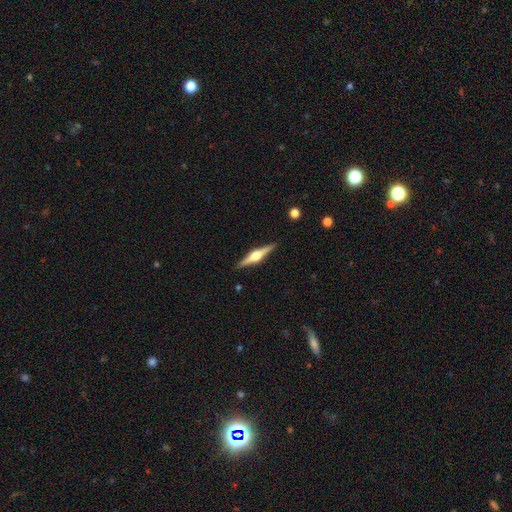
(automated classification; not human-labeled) A featured or disk galaxy (79%) viewed edge-on (98%) with a rounded central bulge (94%).

Vote fractions:
- Smooth or featured? featured or disk: 79% / smooth: 16% / star or artifact: 5%
- Edge-on disk? yes: 98% / no: 2%
- Edge-on bulge? rounded: 94% / boxy: 4% / none: 2%
- Merging? none: 91% / minor disturbance: 7% / major disturbance: 1% / merger: 1%